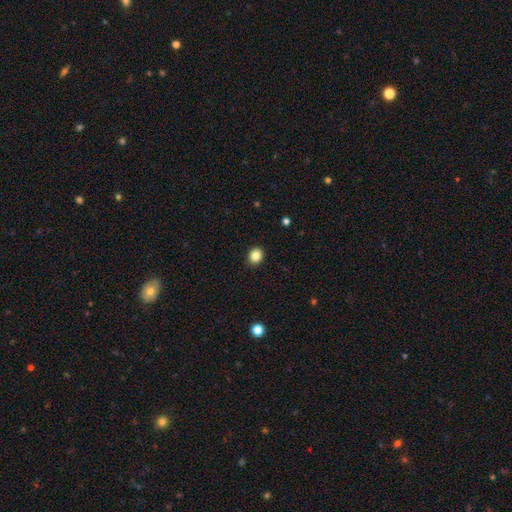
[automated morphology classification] The model was most divided on "how rounded": round: 68%, in between: 31%, cigar-shaped: 1%. More confident: merging — none (91%); smooth or featured — smooth (86%).